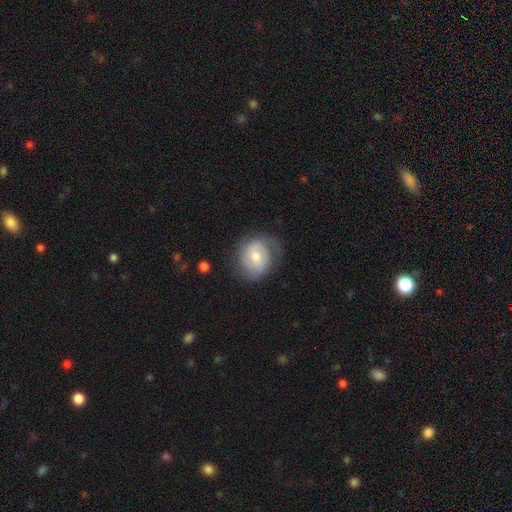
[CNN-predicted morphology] type=featured or disk (50%); edge-on=no (97%); merging=none (58%).